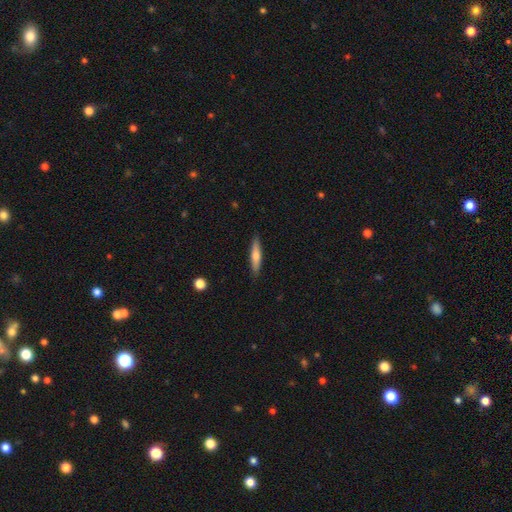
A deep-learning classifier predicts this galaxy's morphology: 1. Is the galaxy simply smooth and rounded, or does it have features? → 59% smooth, 36% featured or disk, 6% star or artifact.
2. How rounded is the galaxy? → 85% cigar-shaped, 13% in between, 2% round.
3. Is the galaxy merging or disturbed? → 90% none, 8% minor disturbance, 2% major disturbance, 1% merger.